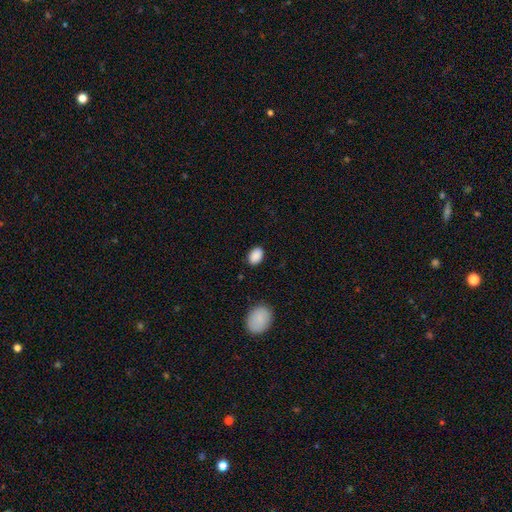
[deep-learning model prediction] Overall: smooth (89%). How rounded: in between (85%). Merging: none (86%).